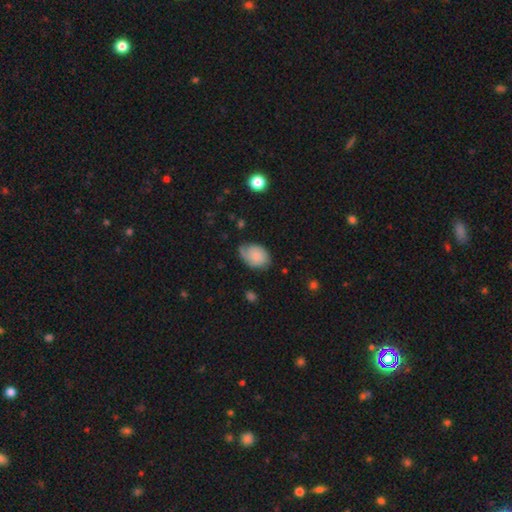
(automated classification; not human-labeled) smooth_or_featured: smooth (p=0.52) [alt: featured or disk p=0.40]
how_rounded: in between (p=0.72) [alt: round p=0.27]
merging: none (p=0.53) [alt: minor disturbance p=0.33]